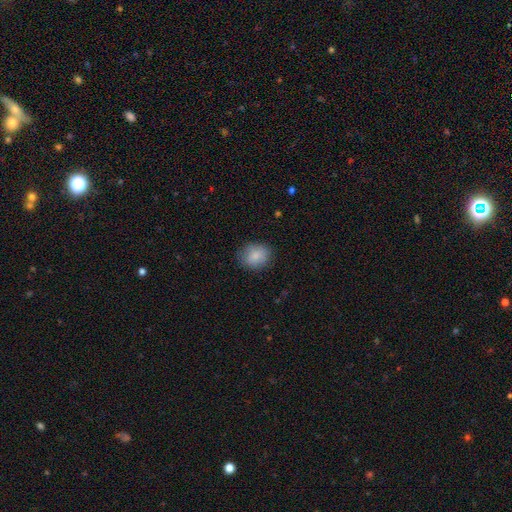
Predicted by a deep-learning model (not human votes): This is clearly a smooth galaxy (86%). How rounded: likely round (62%). Merging: clearly none (82%).